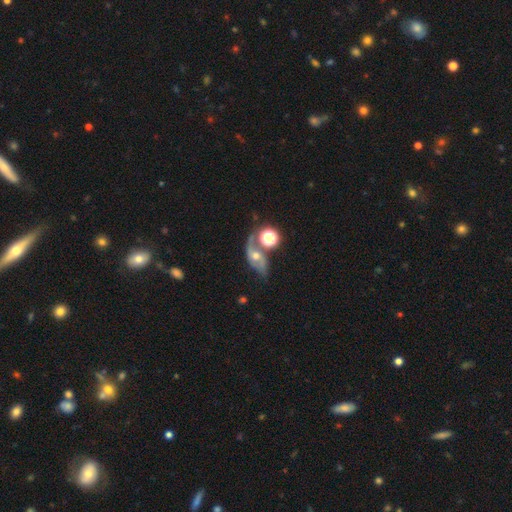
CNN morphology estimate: Overall: featured or disk (68%). Edge-on disk: no (92%). Bar: no (65%; weak 25%). Spiral arms: yes (82%). Spiral arm count: 2 (78%). Spiral winding: loose (53%; medium 33%). Bulge size: moderate (63%; small 26%). Merging: none (46%; minor disturbance 20%).